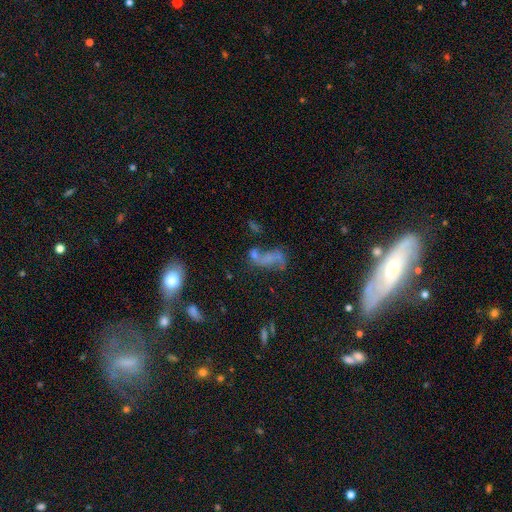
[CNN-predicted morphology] Q: Smooth or featured?
A: smooth (40%); runner-up: featured or disk (38%)
Q: Merging?
A: merger (35%); runner-up: none (30%)